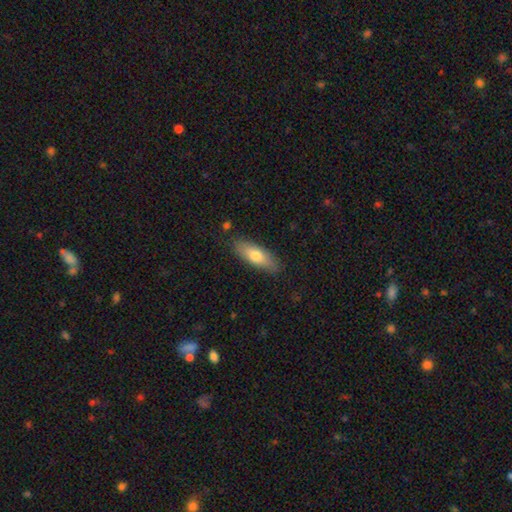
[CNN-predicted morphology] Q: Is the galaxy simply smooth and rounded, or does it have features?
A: smooth — 71%.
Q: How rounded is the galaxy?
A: in between — 63%.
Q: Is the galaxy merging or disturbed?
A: none — 84%.